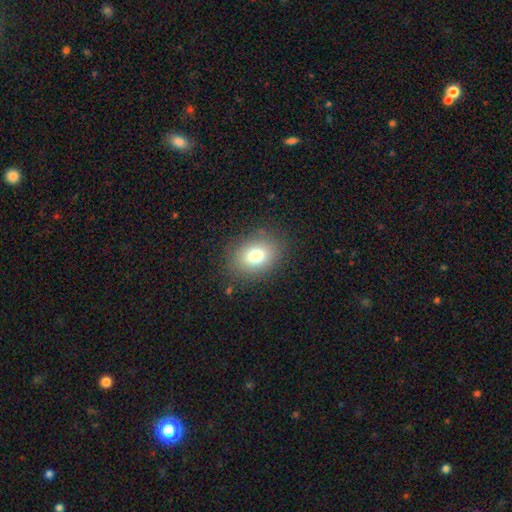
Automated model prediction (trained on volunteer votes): A smooth galaxy with no disk features (77%) that is in between round and cigar-shaped (63%). Merging: none (85%).